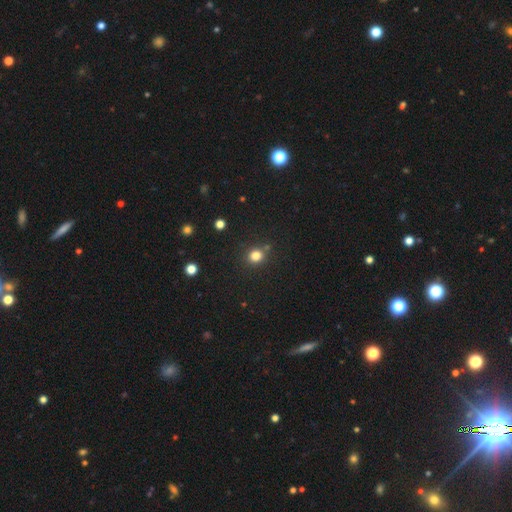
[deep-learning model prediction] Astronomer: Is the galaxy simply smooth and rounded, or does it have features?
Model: smooth — 81%.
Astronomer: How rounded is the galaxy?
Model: round — 84%.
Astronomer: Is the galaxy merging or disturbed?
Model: none — 79%.